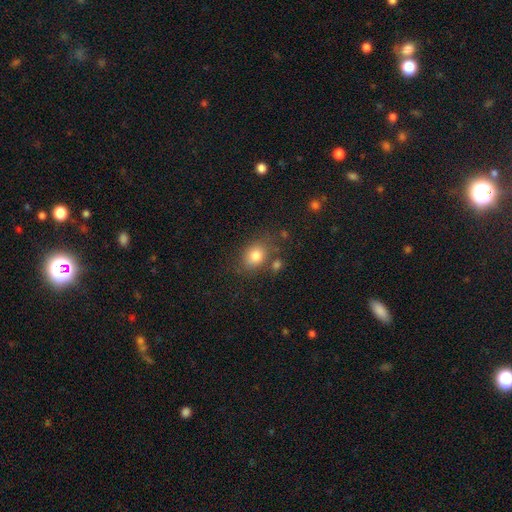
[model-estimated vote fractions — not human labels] smooth-or-featured: smooth: 80% | star or artifact: 10% | featured or disk: 9%
  how-rounded: in between: 57% | round: 42% | cigar-shaped: 1%
  merging: none: 68% | minor disturbance: 17% | merger: 10% | major disturbance: 6%